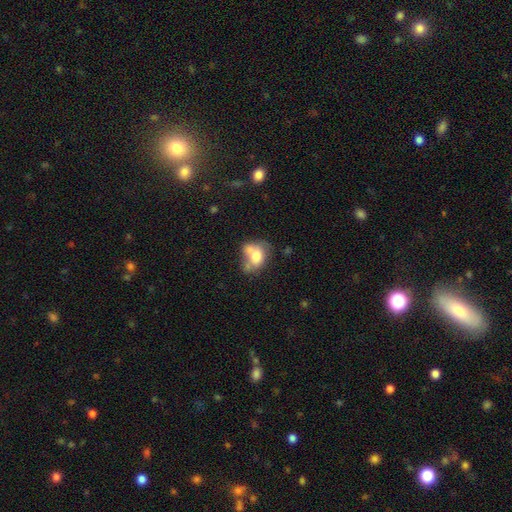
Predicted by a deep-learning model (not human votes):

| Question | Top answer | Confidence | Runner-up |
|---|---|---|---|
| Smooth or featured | smooth | 67% | featured or disk (24%) |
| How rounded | in between | 64% | round (35%) |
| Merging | merger | 42% | none (24%) |